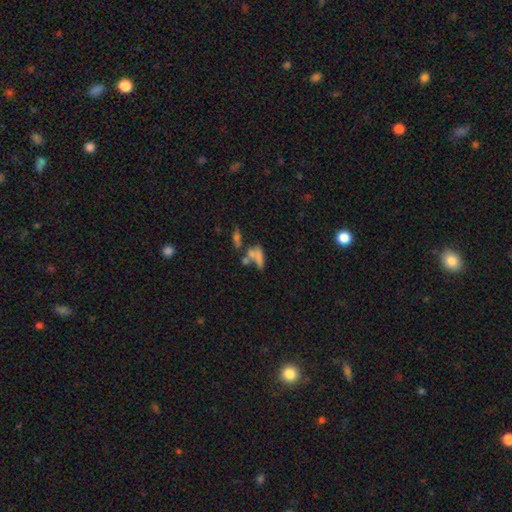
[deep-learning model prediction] The model was most divided on "merging": merger: 49%, none: 27%, major disturbance: 13%, minor disturbance: 12%. More confident: how rounded — in between (61%); smooth or featured — smooth (57%).